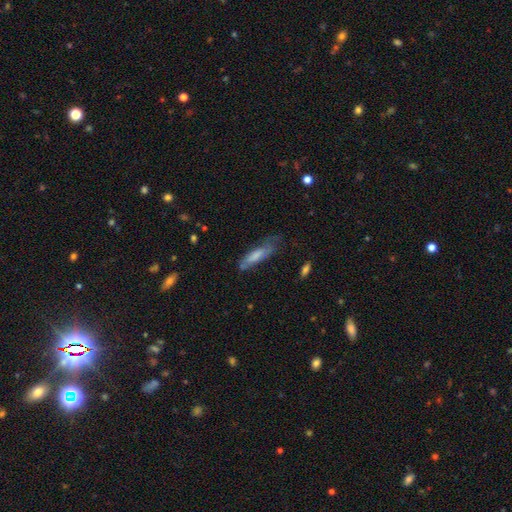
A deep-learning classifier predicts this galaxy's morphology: Smooth or featured? smooth (67%)
How rounded? cigar-shaped (69%)
Merging? none (49%)